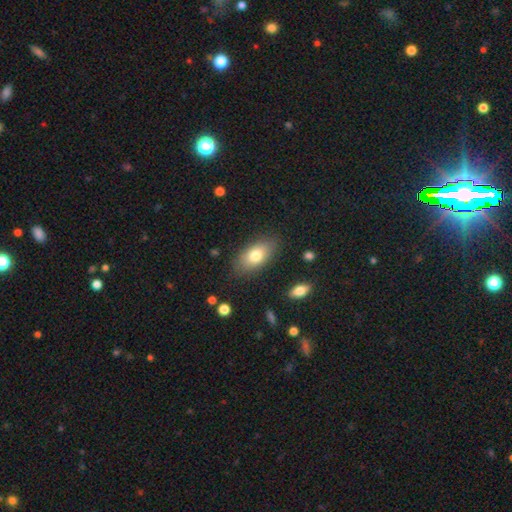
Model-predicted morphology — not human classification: type=smooth (77%); roundness=in between (89%); merging=none (83%).